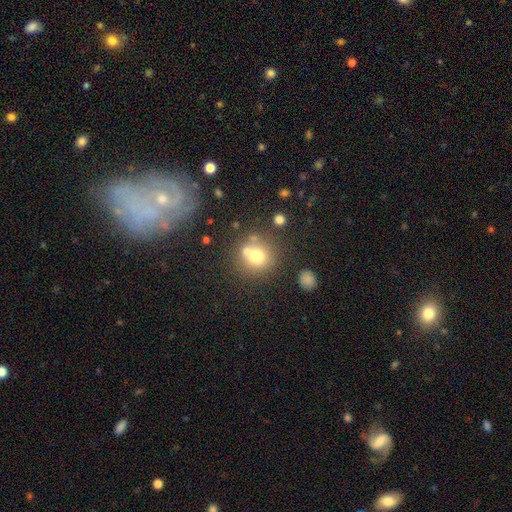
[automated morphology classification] smooth_or_featured: smooth (p=0.69) [alt: featured or disk p=0.17]
how_rounded: round (p=0.89) [alt: in between p=0.10]
merging: none (p=0.58) [alt: merger p=0.27]